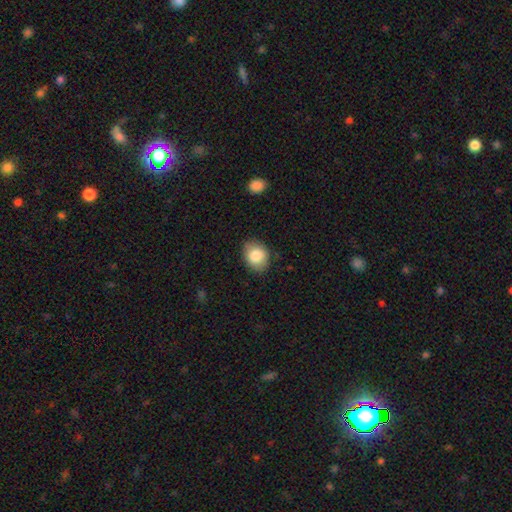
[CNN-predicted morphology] This is clearly a smooth galaxy (84%). How rounded: possibly in between (57%). Merging: clearly none (82%).